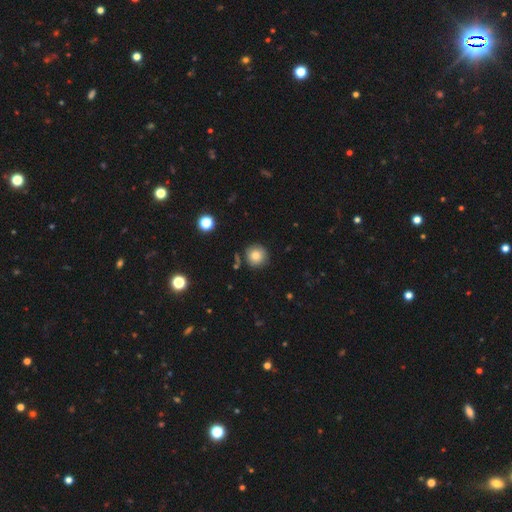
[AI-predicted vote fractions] smooth 82%, star or artifact 10%, featured or disk 7%. Down the decision tree: how rounded — round (94%); merging — none (84%).